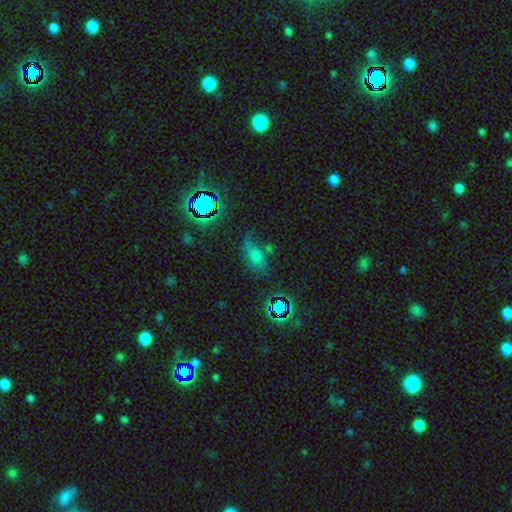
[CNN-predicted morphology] The model was most divided on "smooth or featured": smooth: 49%, star or artifact: 30%, featured or disk: 20%. More confident: merging — none (53%).